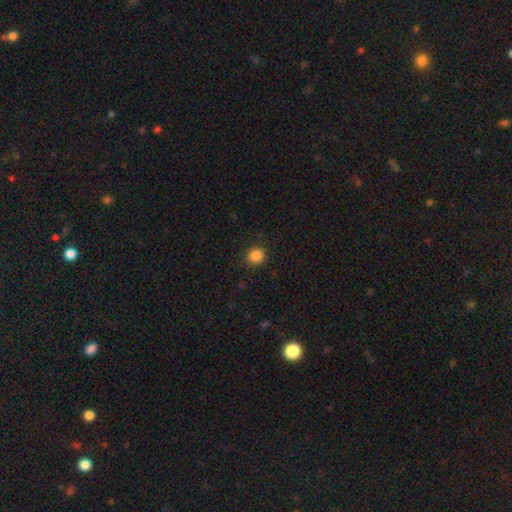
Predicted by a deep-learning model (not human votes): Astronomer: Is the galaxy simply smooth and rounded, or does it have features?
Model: smooth — 86%.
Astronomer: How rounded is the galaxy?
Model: round — 83%.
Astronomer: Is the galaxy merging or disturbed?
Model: none — 87%.